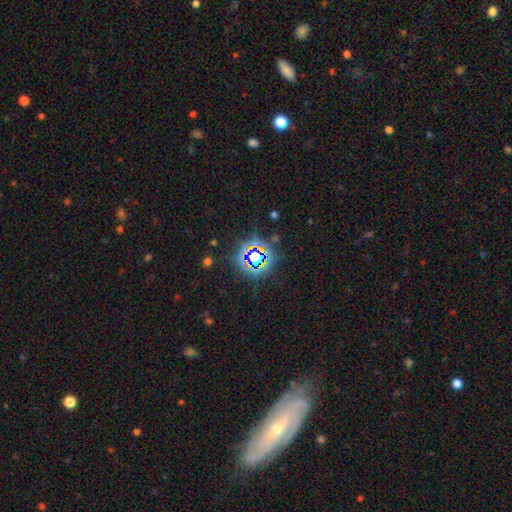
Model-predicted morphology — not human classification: Overall: star or artifact (71%).